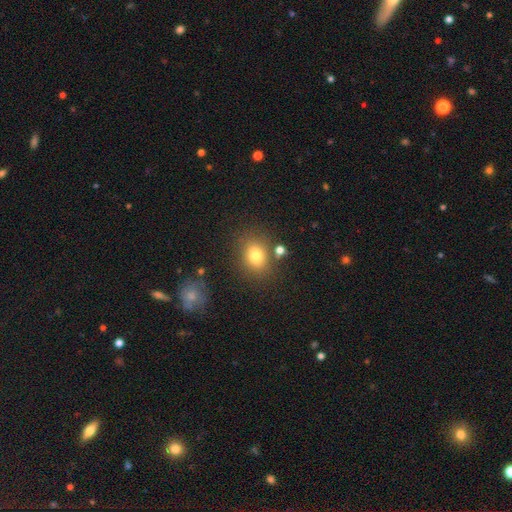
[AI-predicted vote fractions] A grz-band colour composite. It shows a smooth galaxy with no disk features (78%) that is in between round and cigar-shaped (50%). Merging: none (75%).